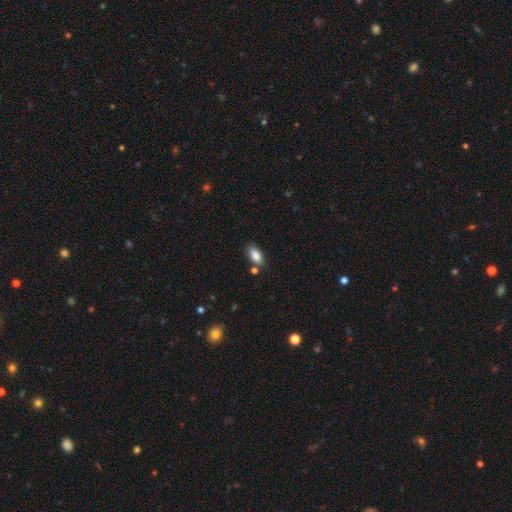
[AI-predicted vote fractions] A smooth galaxy with no disk features (87%) that is in between round and cigar-shaped (90%). Merging: none (76%).